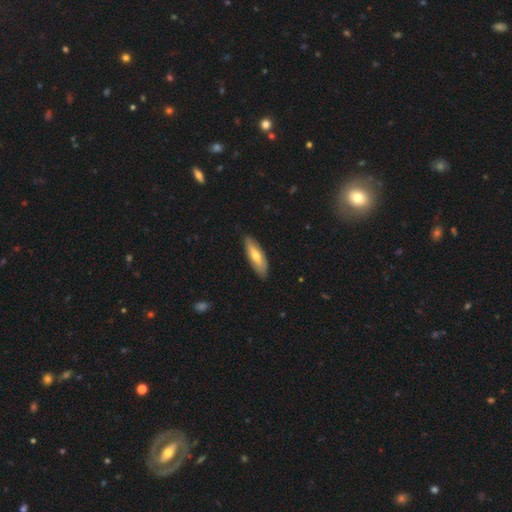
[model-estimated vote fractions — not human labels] Morphology: type=smooth (59%); roundness=in between (52%); merging=none (85%).